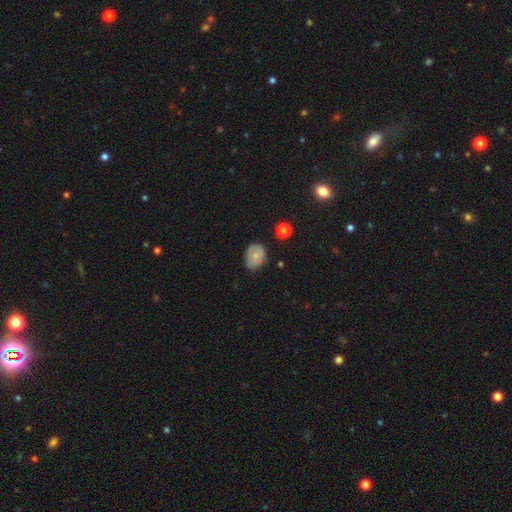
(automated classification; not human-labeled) This appears to be a smooth galaxy with no disk features (69%) that is in between round and cigar-shaped (60%). Merging: none (66%).